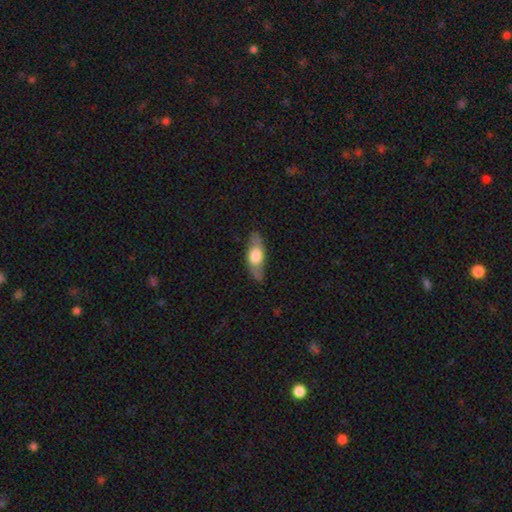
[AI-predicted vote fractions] Overall: smooth (51%; featured or disk 43%). How rounded: in between (66%; cigar-shaped 29%). Merging: none (81%).